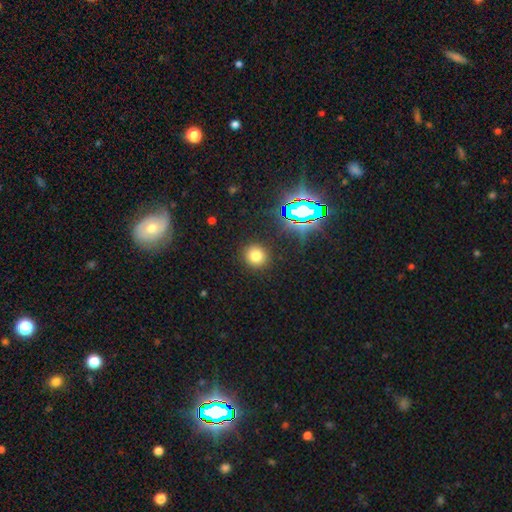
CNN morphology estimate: Overall: smooth (73%). How rounded: round (90%). Merging: none (90%).